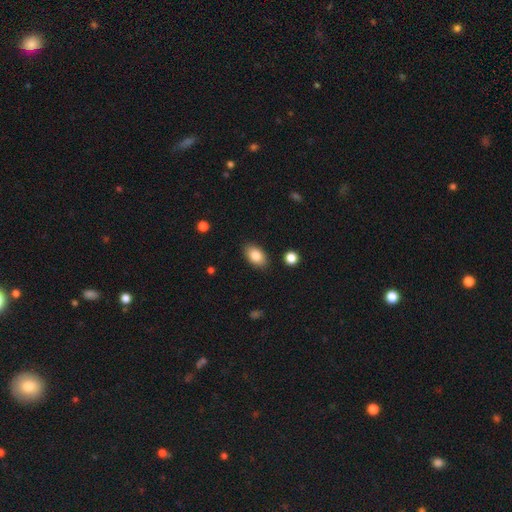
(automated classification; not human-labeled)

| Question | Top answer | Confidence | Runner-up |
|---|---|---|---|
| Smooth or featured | smooth | 84% | featured or disk (8%) |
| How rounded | in between | 91% | round (8%) |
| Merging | none | 87% | minor disturbance (9%) |